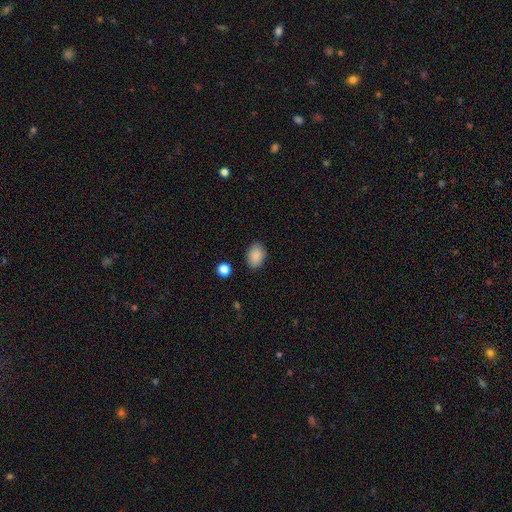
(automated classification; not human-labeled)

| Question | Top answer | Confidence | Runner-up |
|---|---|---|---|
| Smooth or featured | smooth | 88% | star or artifact (8%) |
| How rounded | in between | 81% | round (18%) |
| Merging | none | 85% | minor disturbance (10%) |